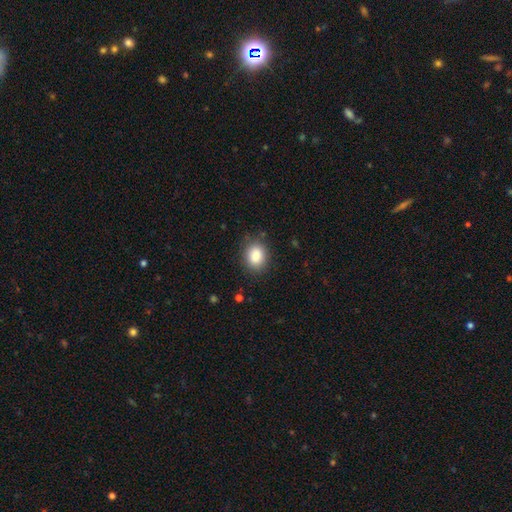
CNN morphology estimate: Smooth or featured: smooth — 87% (star or artifact — 8%)
How rounded: in between — 54% (round — 45%)
Merging: none — 85% (minor disturbance — 11%)